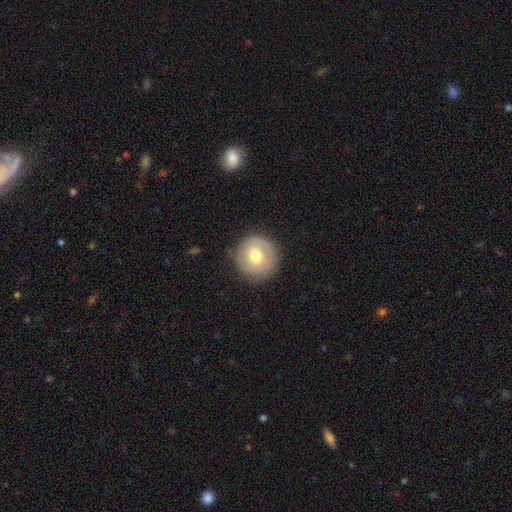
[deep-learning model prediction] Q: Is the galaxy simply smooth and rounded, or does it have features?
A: smooth — 58%.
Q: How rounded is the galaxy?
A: round — 91%.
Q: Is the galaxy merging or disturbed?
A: none — 80%.